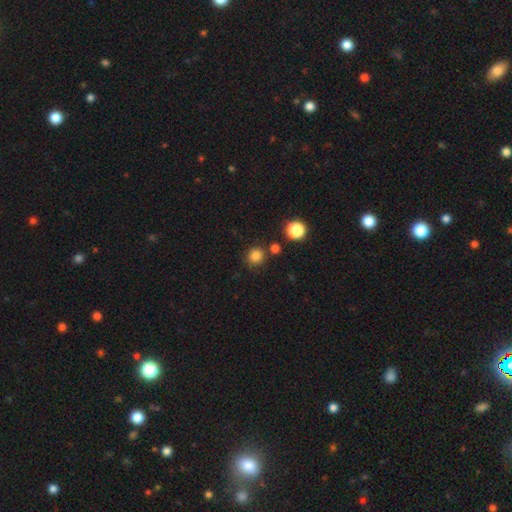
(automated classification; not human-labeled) This is clearly a smooth galaxy (82%). How rounded: clearly round (92%). Merging: clearly none (81%).